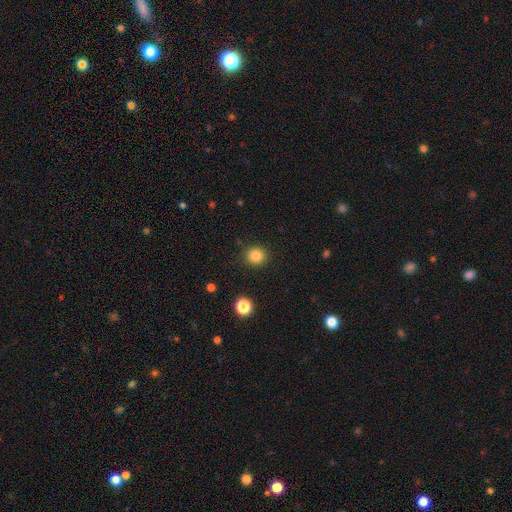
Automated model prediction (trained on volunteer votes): Q: Smooth or featured?
A: smooth (84%); runner-up: star or artifact (11%)
Q: How rounded?
A: round (91%); runner-up: in between (8%)
Q: Merging?
A: none (90%); runner-up: minor disturbance (6%)